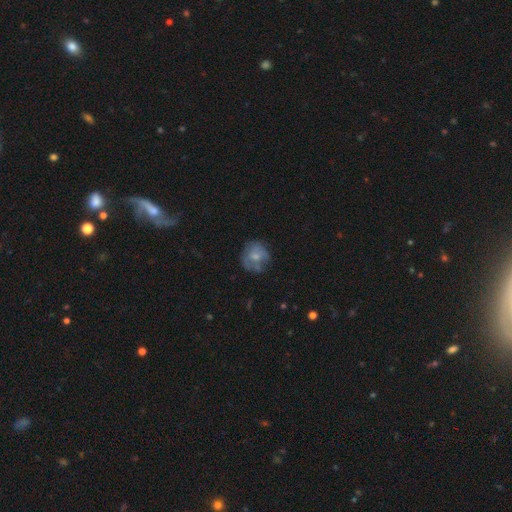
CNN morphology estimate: The model was most divided on "smooth or featured": smooth: 54%, featured or disk: 37%, star or artifact: 9%. More confident: how rounded — round (79%); merging — none (63%).